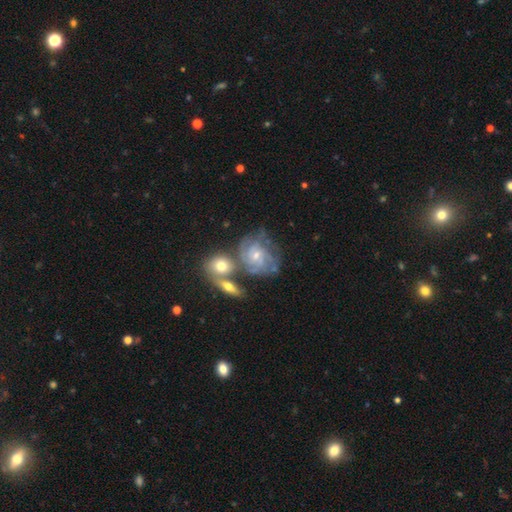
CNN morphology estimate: The model was most divided on "spiral arm count": can't tell: 37%, 3: 26%, 4: 15%, 2: 12%, more than 4: 5%, 1: 5%. Remaining: edge-on disk — no (97%); spiral arms — yes (93%); smooth or featured — featured or disk (79%); bar — no (70%); spiral winding — tight (65%); bulge size — small (60%); merging — none (48%).